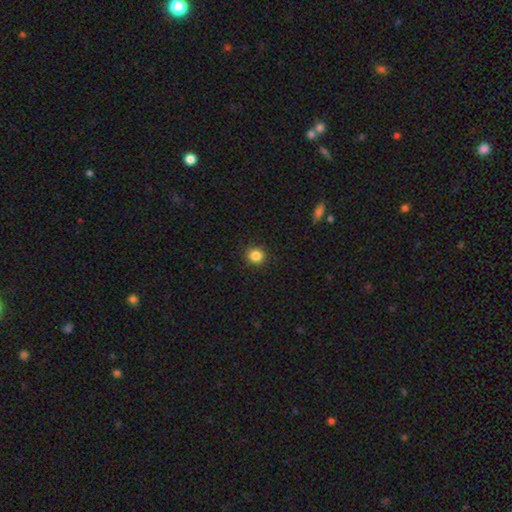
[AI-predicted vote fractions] smooth 86%, star or artifact 11%, featured or disk 4%. Down the decision tree: how rounded — round (89%); merging — none (91%).